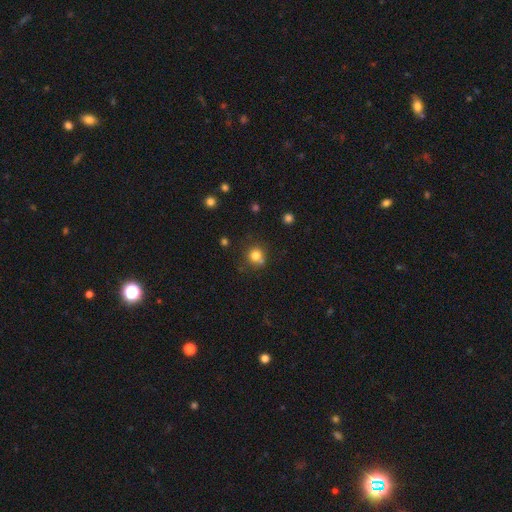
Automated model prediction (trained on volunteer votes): A smooth galaxy with no disk features (79%) that is round (90%).

Vote fractions:
- Smooth or featured? smooth: 79% / star or artifact: 13% / featured or disk: 8%
- How rounded? round: 90% / in between: 9% / cigar-shaped: 1%
- Merging? none: 67% / merger: 16% / minor disturbance: 13% / major disturbance: 4%